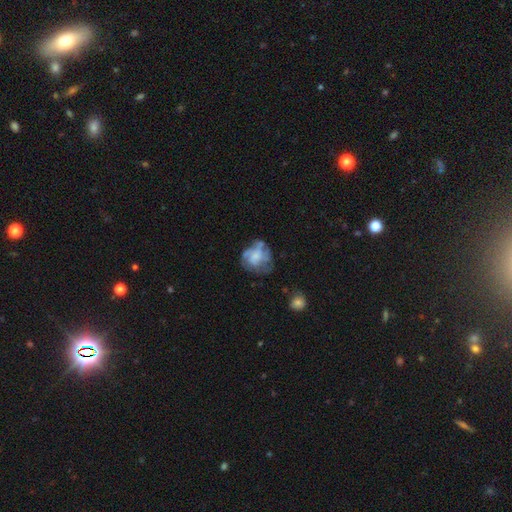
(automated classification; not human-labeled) Smooth or featured?
  - featured or disk: 64% *
  - smooth: 27%
  - star or artifact: 9%
Edge-on disk?
  - no: 98% *
  - yes: 2%
Bar?
  - no: 70% *
  - weak: 25%
  - strong: 5%
Spiral arms?
  - yes: 74% *
  - no: 26%
Bulge size?
  - none: 31% *
  - moderate: 29%
  - small: 27%
  - large: 11%
  - dominant: 2%
Merging?
  - none: 54% *
  - minor disturbance: 23%
  - major disturbance: 20%
  - merger: 4%